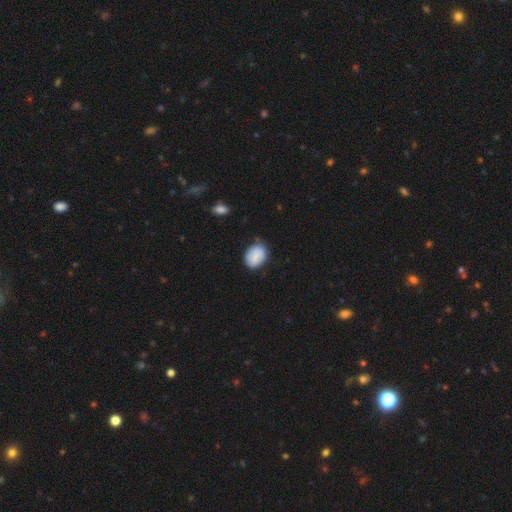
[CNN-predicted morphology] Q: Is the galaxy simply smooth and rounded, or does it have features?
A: smooth — 73%.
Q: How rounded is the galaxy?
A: in between — 64%.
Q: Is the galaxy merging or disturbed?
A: none — 72%.